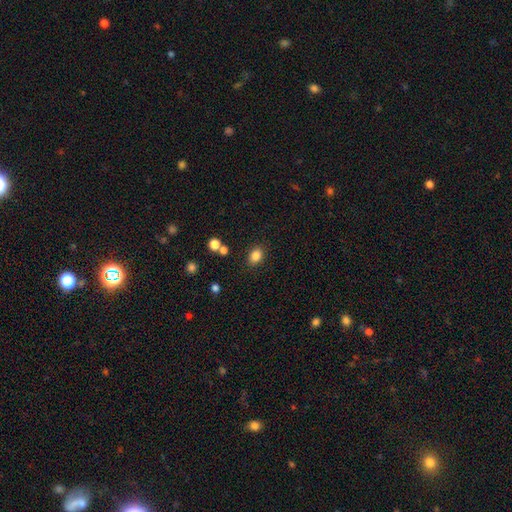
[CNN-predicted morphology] This is clearly a smooth galaxy (83%). How rounded: likely in between (68%). Merging: clearly none (84%).